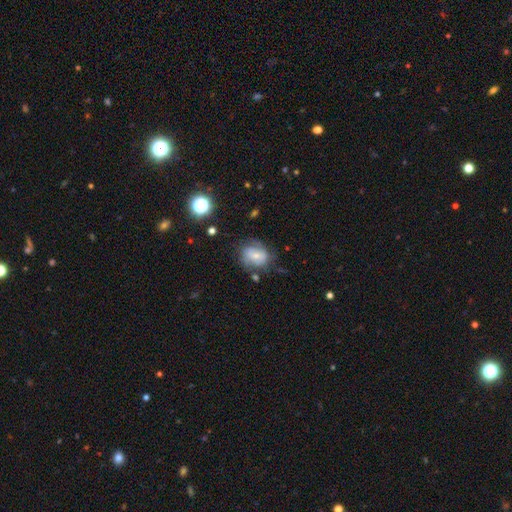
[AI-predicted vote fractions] Smooth or featured: smooth — 47% (featured or disk — 43%)
Merging: none — 54% (minor disturbance — 26%)